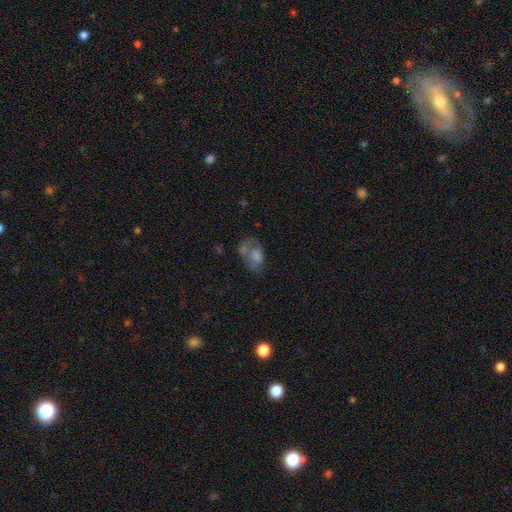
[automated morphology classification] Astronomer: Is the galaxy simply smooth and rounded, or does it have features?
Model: smooth — 51% (runner-up: featured or disk, 34%).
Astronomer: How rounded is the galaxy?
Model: in between — 81%.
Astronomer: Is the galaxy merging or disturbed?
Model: none — 33% (runner-up: merger, 25%).